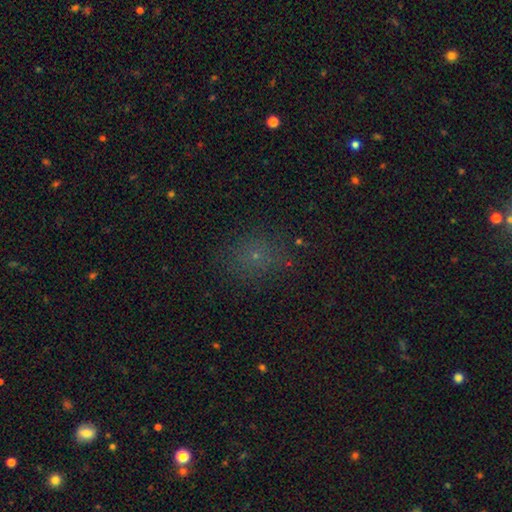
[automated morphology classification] smooth_or_featured: smooth (p=0.59) [alt: star or artifact p=0.31]
how_rounded: round (p=0.68) [alt: in between p=0.30]
merging: none (p=0.79) [alt: minor disturbance p=0.14]